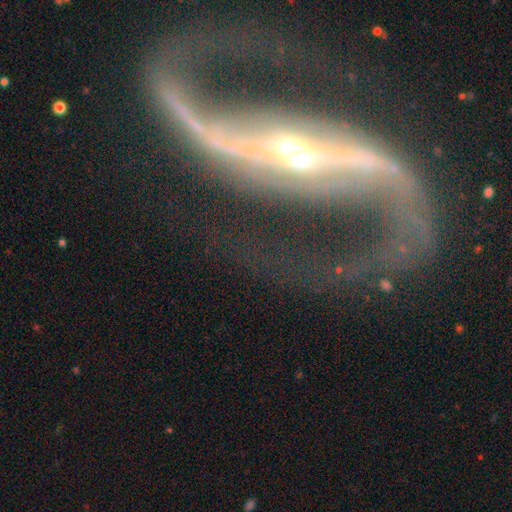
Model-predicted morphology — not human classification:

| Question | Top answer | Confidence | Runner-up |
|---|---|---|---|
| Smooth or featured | featured or disk | 93% | star or artifact (5%) |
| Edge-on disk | no | 94% | yes (6%) |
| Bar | strong | 72% | weak (19%) |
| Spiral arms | yes | 96% | no (4%) |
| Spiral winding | loose | 65% | medium (26%) |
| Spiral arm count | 2 | 93% | 1 (2%) |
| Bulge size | small | 47% | moderate (44%) |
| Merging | none | 65% | major disturbance (18%) |